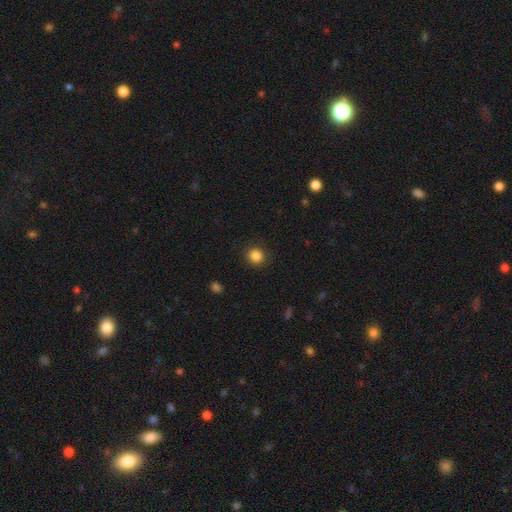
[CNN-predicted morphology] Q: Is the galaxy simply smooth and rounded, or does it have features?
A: smooth — 85%.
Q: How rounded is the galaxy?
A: round — 87%.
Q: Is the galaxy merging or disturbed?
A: none — 89%.